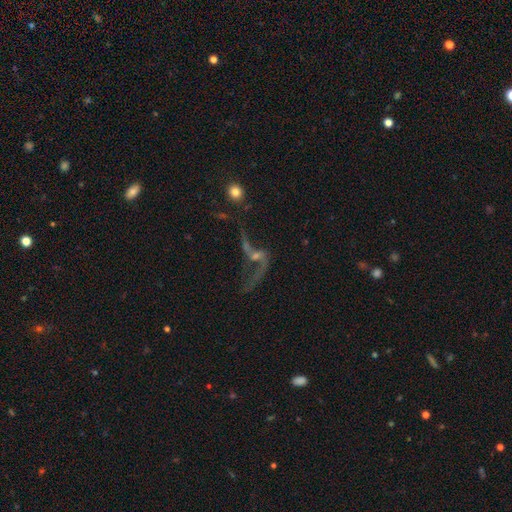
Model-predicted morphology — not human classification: type=featured or disk (69%); edge-on=no (91%); bar=no (61%); spiral arms=yes (72%); bulge=small (49%); merging=none (32%).